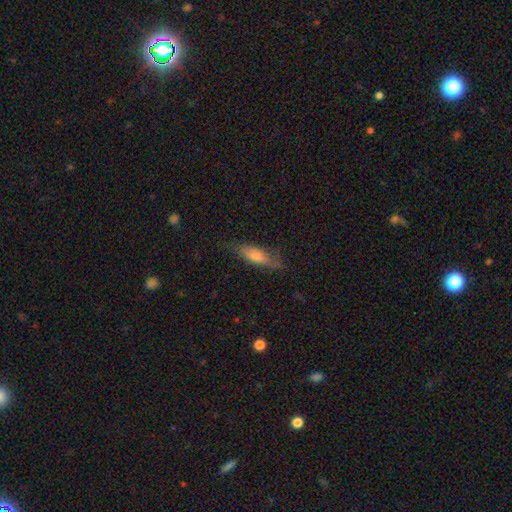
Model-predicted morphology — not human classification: The model was most divided on "how rounded": cigar-shaped: 50%, in between: 47%, round: 3%. More confident: merging — none (70%); smooth or featured — smooth (60%).